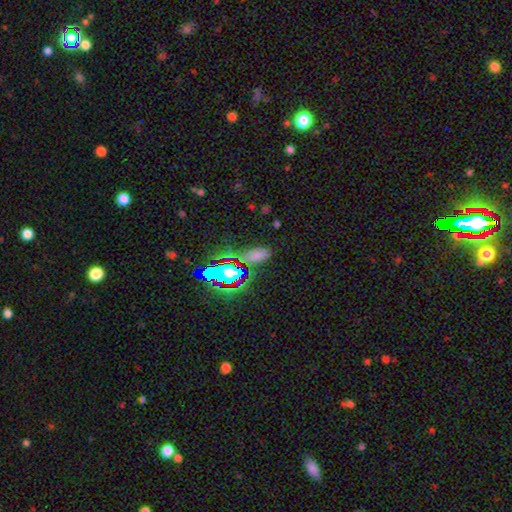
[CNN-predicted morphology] This appears to be a smooth galaxy with no disk features (60%) that is in between round and cigar-shaped (84%). Merging: none (69%).